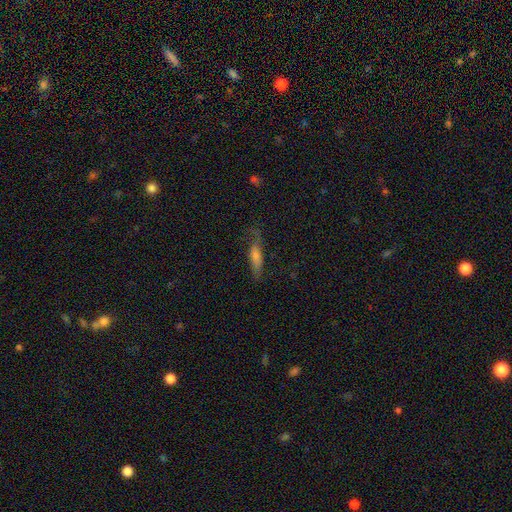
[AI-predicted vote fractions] This appears to be a featured or disk galaxy (47%). Merging: none (64%).